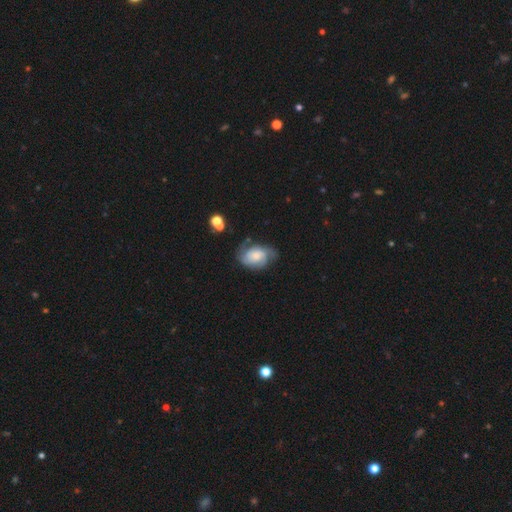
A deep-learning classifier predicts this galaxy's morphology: smooth_or_featured: featured or disk (p=0.63) [alt: smooth p=0.29]
disk_edge_on: no (p=0.97) [alt: yes p=0.03]
bar: no (p=0.69) [alt: weak p=0.26]
has_spiral_arms: yes (p=0.90) [alt: no p=0.10]
spiral_winding: medium (p=0.42) [alt: tight p=0.40]
spiral_arm_count: 2 (p=0.50) [alt: can't tell p=0.23]
bulge_size: moderate (p=0.33) [alt: small p=0.27]
merging: none (p=0.56) [alt: minor disturbance p=0.27]